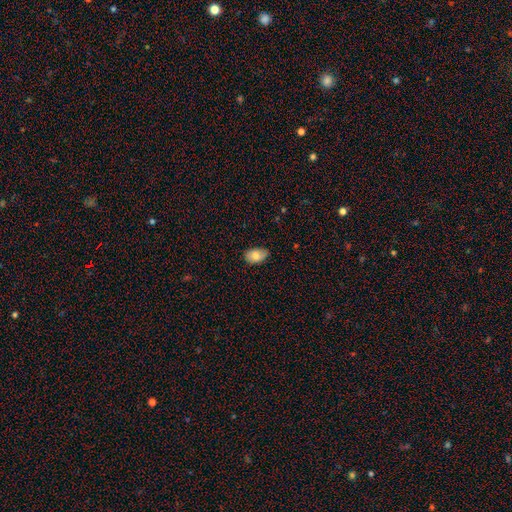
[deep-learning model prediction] Morphology: type=smooth (80%); roundness=in between (91%); merging=none (74%).